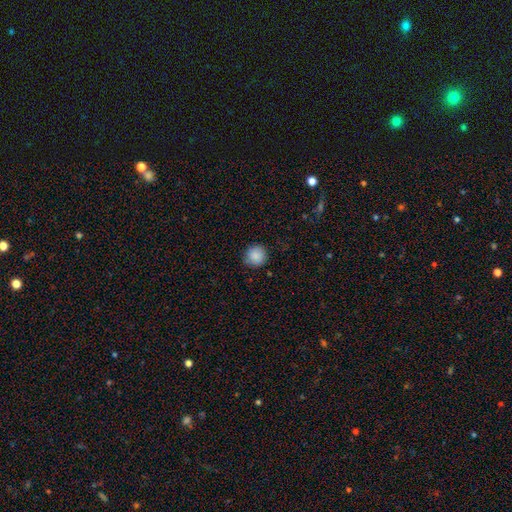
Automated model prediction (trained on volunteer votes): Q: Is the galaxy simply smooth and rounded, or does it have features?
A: smooth — 88%.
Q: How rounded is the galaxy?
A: round — 93%.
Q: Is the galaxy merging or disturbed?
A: none — 85%.